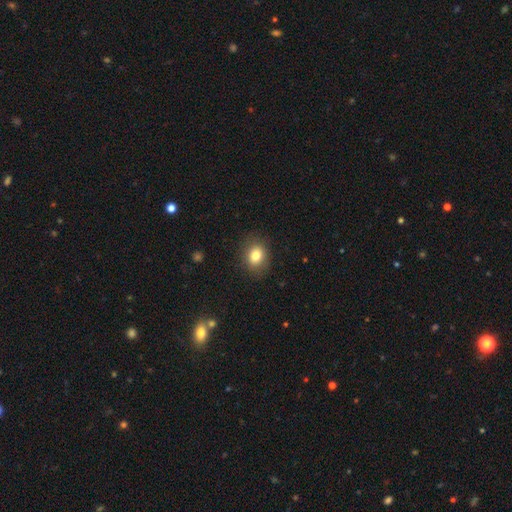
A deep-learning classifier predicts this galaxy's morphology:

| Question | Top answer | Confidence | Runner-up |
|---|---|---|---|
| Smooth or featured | smooth | 81% | star or artifact (10%) |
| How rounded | round | 53% | in between (46%) |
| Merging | none | 86% | minor disturbance (10%) |